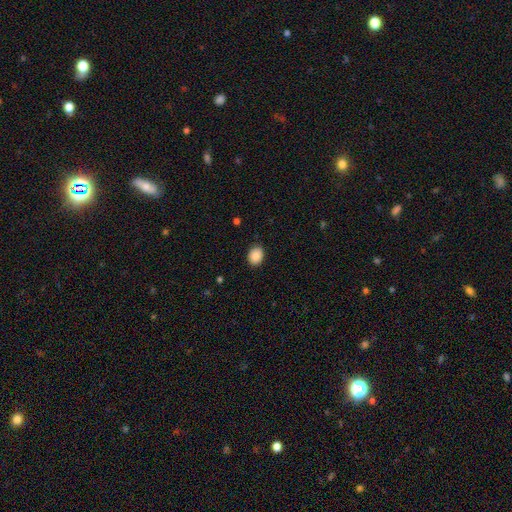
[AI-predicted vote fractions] smooth_or_featured: smooth (p=0.88) [alt: star or artifact p=0.08]
how_rounded: in between (p=0.52) [alt: round p=0.47]
merging: none (p=0.87) [alt: minor disturbance p=0.10]